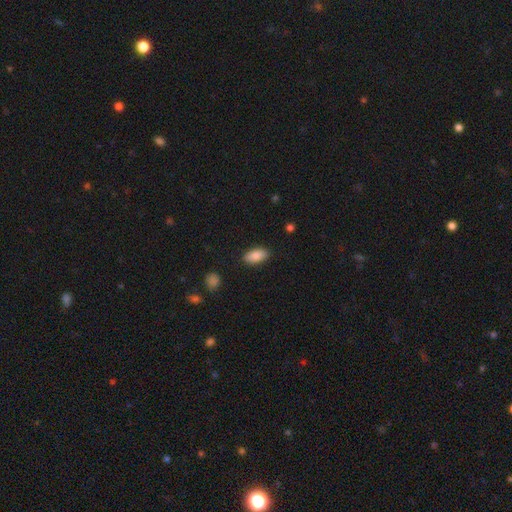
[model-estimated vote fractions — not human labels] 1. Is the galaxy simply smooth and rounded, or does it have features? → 87% smooth, 7% star or artifact, 6% featured or disk.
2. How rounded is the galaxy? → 92% in between, 5% cigar-shaped, 3% round.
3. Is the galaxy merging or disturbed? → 87% none, 9% minor disturbance, 2% major disturbance, 1% merger.